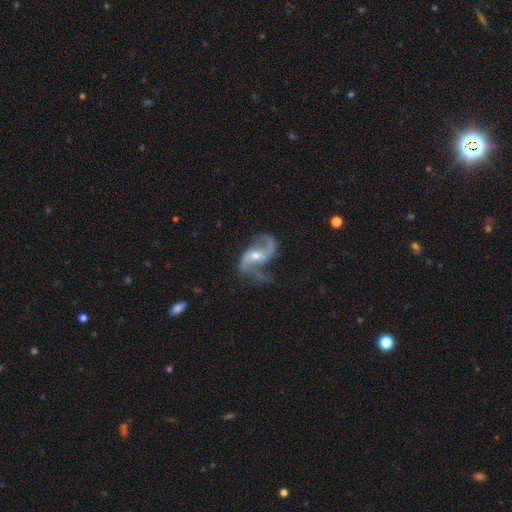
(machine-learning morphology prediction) A featured or disk galaxy (89%) with no bar (46%), 2 (91%) loose (69%) spiral arms (96%) and a moderate central bulge (52%). Merging: none (64%).